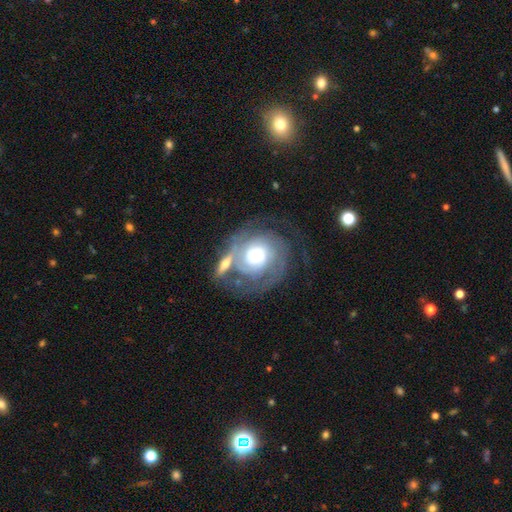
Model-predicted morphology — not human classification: smooth_or_featured: featured or disk (p=0.81) [alt: smooth p=0.13]
disk_edge_on: no (p=0.96) [alt: yes p=0.04]
bar: no (p=0.77) [alt: weak p=0.18]
has_spiral_arms: yes (p=0.93) [alt: no p=0.07]
spiral_winding: tight (p=0.67) [alt: medium p=0.25]
spiral_arm_count: 2 (p=0.44) [alt: can't tell p=0.27]
bulge_size: moderate (p=0.38) [alt: large p=0.28]
merging: none (p=0.50) [alt: merger p=0.19]